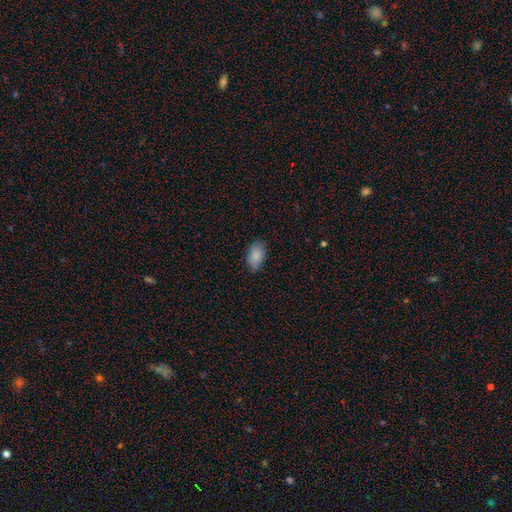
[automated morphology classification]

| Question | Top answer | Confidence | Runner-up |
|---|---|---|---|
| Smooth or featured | smooth | 86% | star or artifact (7%) |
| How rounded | in between | 92% | round (6%) |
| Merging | none | 79% | minor disturbance (17%) |